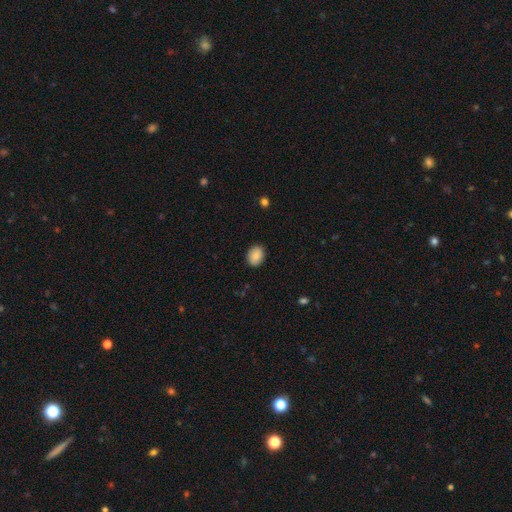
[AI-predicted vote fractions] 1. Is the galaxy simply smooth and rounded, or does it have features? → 87% smooth, 8% star or artifact, 6% featured or disk.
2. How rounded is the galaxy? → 61% in between, 38% round, 1% cigar-shaped.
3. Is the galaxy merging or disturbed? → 88% none, 9% minor disturbance, 2% major disturbance, 1% merger.